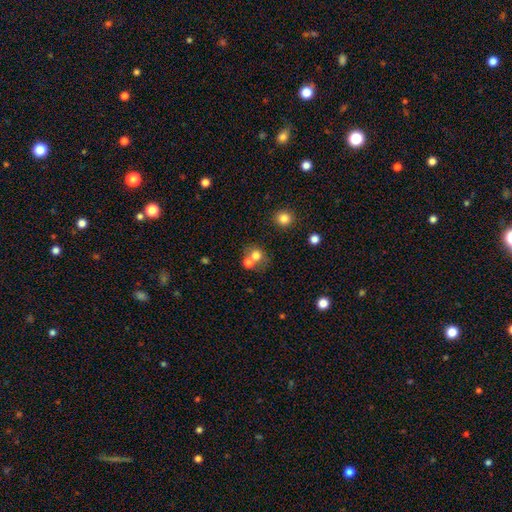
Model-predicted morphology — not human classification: A smooth galaxy with no disk features (71%) that is round (77%). Merging: merger (45%).